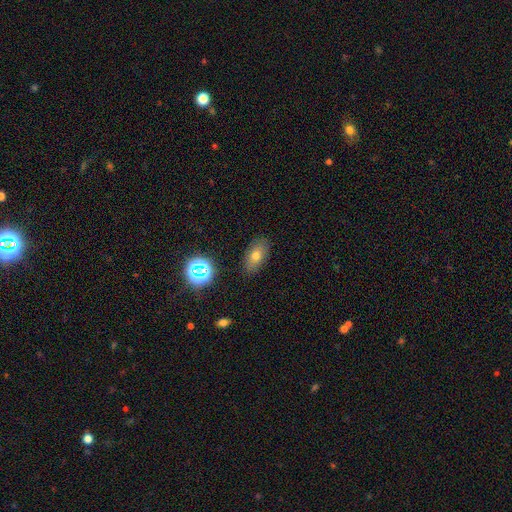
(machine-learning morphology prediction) This is likely a smooth galaxy (70%). How rounded: clearly in between (88%). Merging: clearly none (84%).